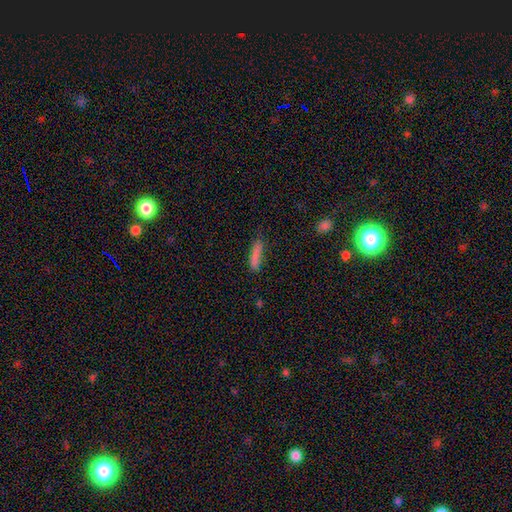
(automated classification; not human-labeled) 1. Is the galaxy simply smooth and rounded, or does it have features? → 82% smooth, 9% star or artifact, 9% featured or disk.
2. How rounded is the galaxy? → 77% cigar-shaped, 21% in between, 2% round.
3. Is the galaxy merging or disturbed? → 66% none, 24% minor disturbance, 7% major disturbance, 3% merger.